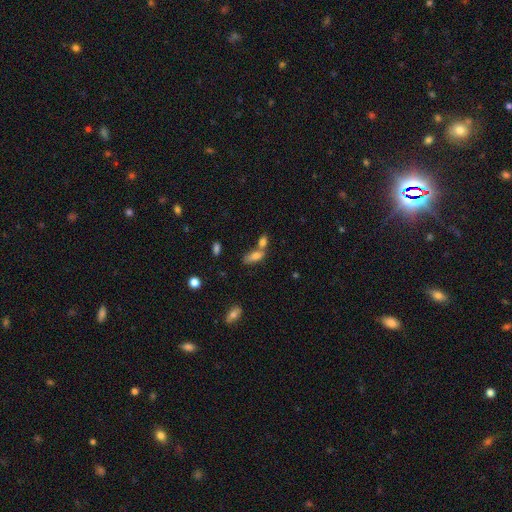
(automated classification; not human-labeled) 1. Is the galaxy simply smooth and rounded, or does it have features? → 76% smooth, 14% featured or disk, 10% star or artifact.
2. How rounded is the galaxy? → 78% in between, 17% cigar-shaped, 5% round.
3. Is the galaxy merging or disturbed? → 47% merger, 35% none, 12% minor disturbance, 6% major disturbance.